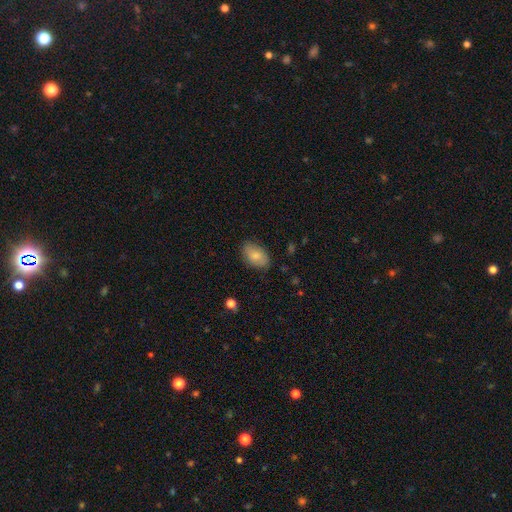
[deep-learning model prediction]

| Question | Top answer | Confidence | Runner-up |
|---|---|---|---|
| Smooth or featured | smooth | 81% | featured or disk (12%) |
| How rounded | in between | 91% | round (8%) |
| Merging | none | 82% | minor disturbance (14%) |